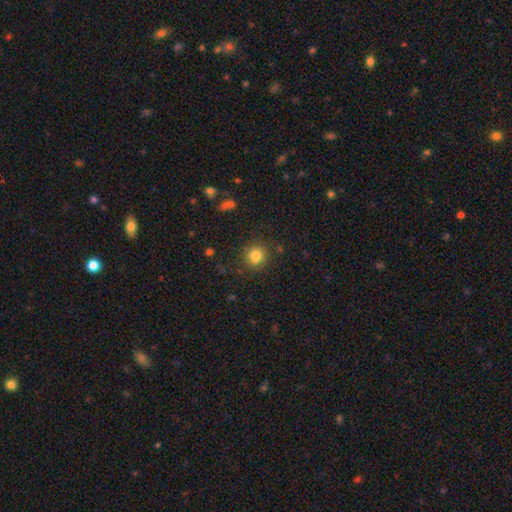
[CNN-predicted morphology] This appears to be a smooth galaxy with no disk features (83%) that is round (84%). Merging: none (85%).